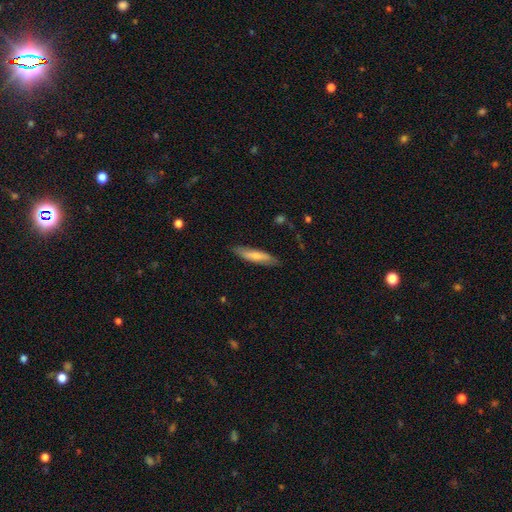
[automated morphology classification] Smooth or featured? Predicted: smooth (p=0.68). How rounded? Predicted: cigar-shaped (p=0.78). Merging? Predicted: none (p=0.84).